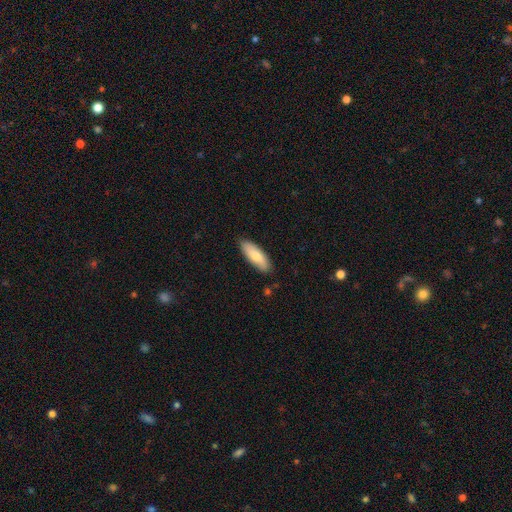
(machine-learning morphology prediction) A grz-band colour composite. It shows a smooth galaxy with no disk features (77%) that is in between round and cigar-shaped (65%). Merging: none (86%).